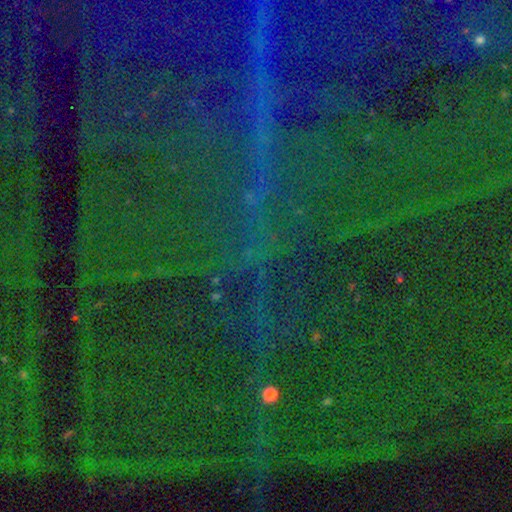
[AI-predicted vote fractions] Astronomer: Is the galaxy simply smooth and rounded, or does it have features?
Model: star or artifact — 86%.